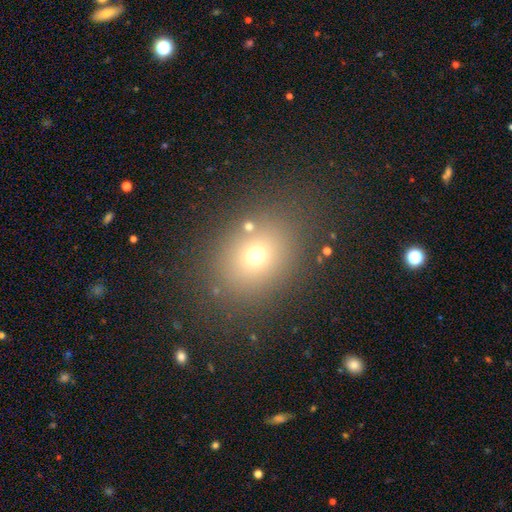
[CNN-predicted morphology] smooth-or-featured: smooth: 67% | star or artifact: 22% | featured or disk: 11%
  how-rounded: round: 54% | in between: 45% | cigar-shaped: 1%
  merging: none: 83% | minor disturbance: 9% | major disturbance: 4% | merger: 3%